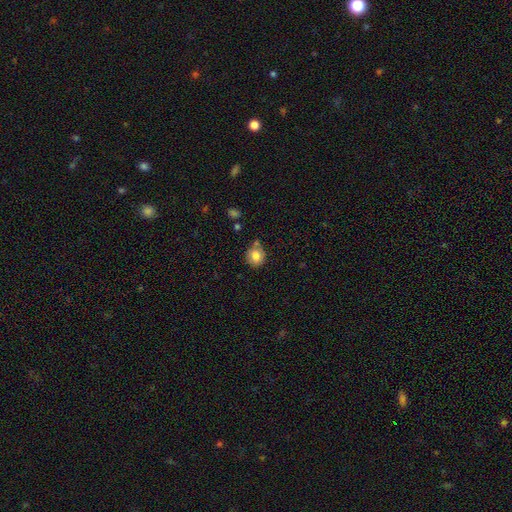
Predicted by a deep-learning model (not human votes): A smooth galaxy with no disk features (79%) that is round (86%). Merging: none (70%).